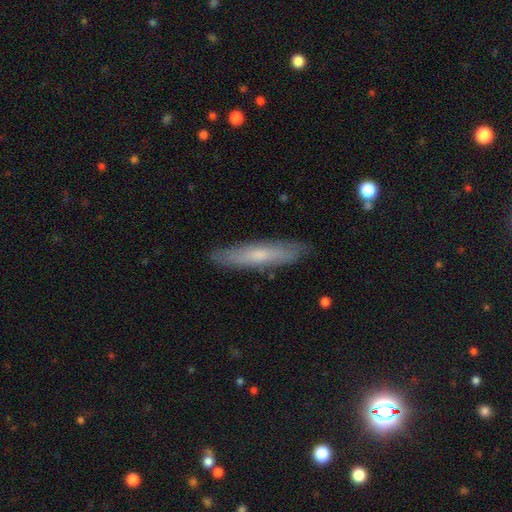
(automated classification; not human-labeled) Overall: smooth (50%; featured or disk 43%). How rounded: cigar-shaped (86%). Merging: none (87%).